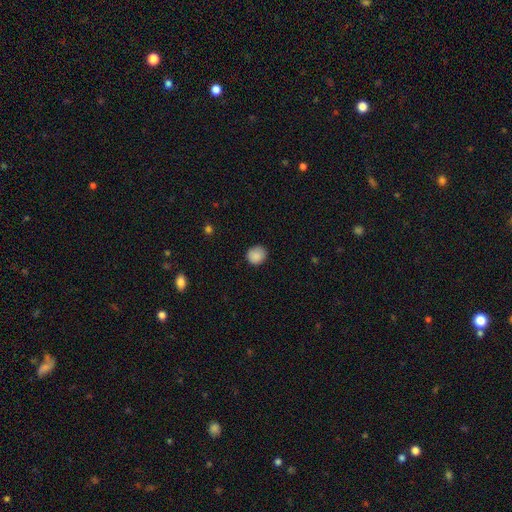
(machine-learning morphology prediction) smooth 88%, star or artifact 9%, featured or disk 3%. Down the decision tree: how rounded — round (87%); merging — none (88%).